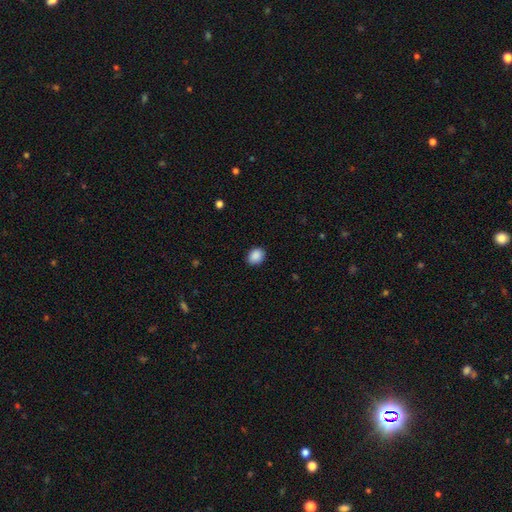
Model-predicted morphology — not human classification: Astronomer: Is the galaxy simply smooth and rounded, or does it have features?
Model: smooth — 89%.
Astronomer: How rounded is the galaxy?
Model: in between — 50%, tied with round at 50%.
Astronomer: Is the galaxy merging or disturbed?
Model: none — 89%.